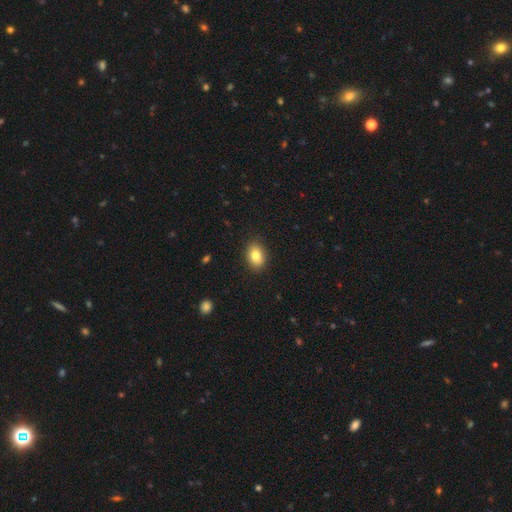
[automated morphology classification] A smooth galaxy with no disk features (83%) that is in between round and cigar-shaped (77%).

Vote fractions:
- Smooth or featured? smooth: 83% / star or artifact: 9% / featured or disk: 8%
- How rounded? in between: 77% / round: 21% / cigar-shaped: 1%
- Merging? none: 88% / minor disturbance: 8% / major disturbance: 2% / merger: 1%